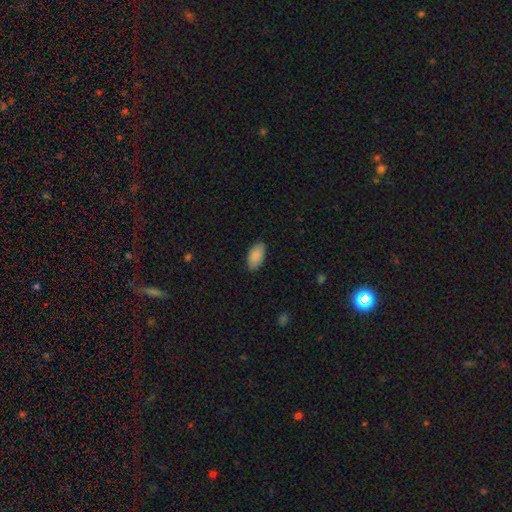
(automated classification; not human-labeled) Smooth or featured? smooth (89%)
How rounded? in between (95%)
Merging? none (87%)